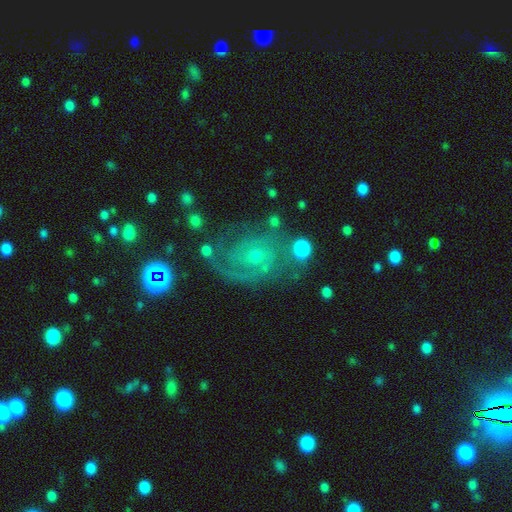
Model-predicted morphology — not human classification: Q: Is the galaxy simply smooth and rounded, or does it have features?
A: featured or disk — 72%.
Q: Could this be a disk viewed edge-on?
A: no — 97%.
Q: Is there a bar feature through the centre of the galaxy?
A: no — 72%.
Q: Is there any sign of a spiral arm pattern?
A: yes — 90%.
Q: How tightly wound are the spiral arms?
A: tight — 56%.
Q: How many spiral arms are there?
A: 2 — 38%.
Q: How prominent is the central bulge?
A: small — 73%.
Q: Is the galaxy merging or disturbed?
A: none — 65%.